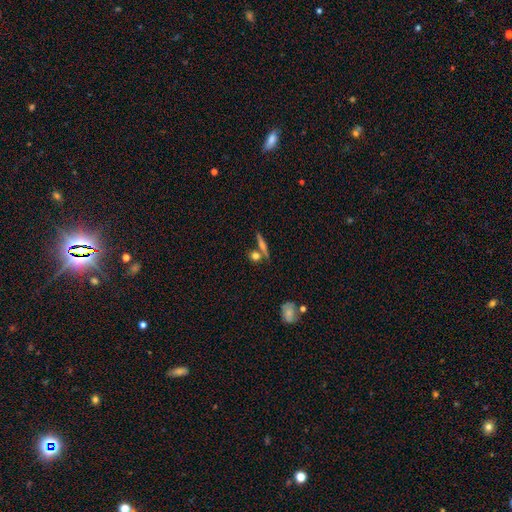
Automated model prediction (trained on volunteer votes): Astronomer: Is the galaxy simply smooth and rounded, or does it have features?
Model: smooth — 65%.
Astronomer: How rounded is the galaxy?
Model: round — 50% (runner-up: cigar-shaped, 26%).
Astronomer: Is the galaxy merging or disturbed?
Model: none — 65%.